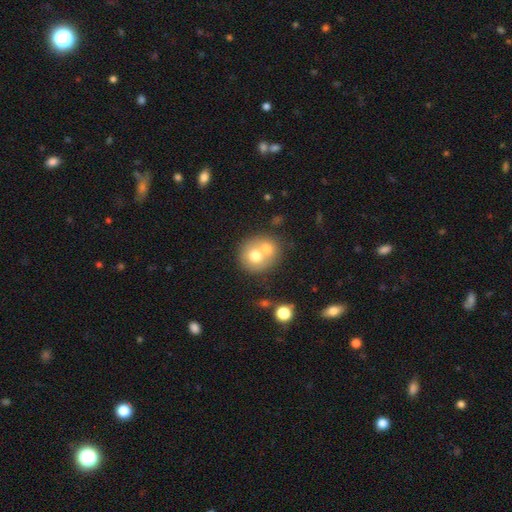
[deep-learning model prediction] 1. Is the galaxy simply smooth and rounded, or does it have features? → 67% smooth, 24% featured or disk, 9% star or artifact.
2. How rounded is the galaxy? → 81% round, 18% in between, 1% cigar-shaped.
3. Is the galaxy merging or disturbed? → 56% merger, 34% none, 7% minor disturbance, 3% major disturbance.